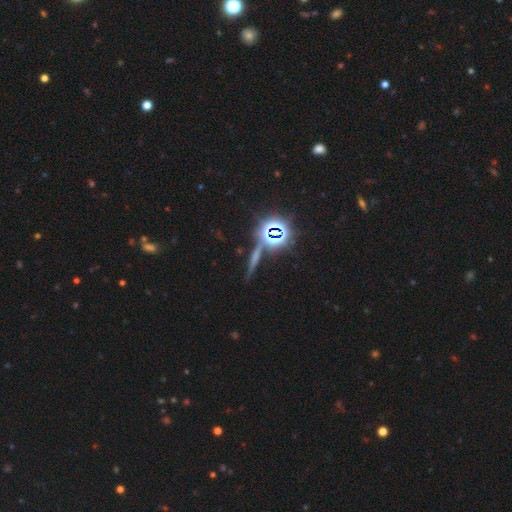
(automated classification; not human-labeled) smooth-or-featured: star or artifact: 61% | featured or disk: 20% | smooth: 19%